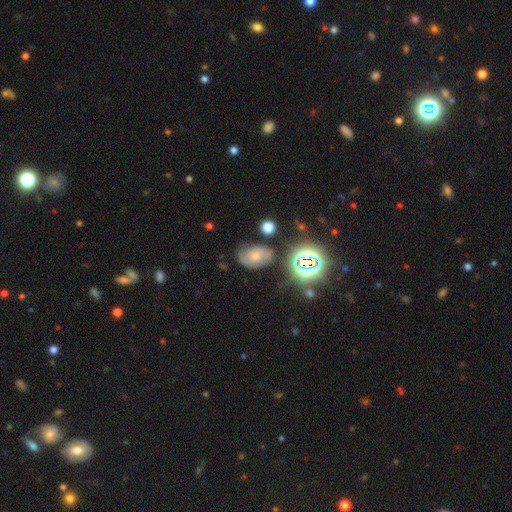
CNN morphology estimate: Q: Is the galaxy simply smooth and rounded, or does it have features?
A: featured or disk — 50%.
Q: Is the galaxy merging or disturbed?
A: none — 60%.